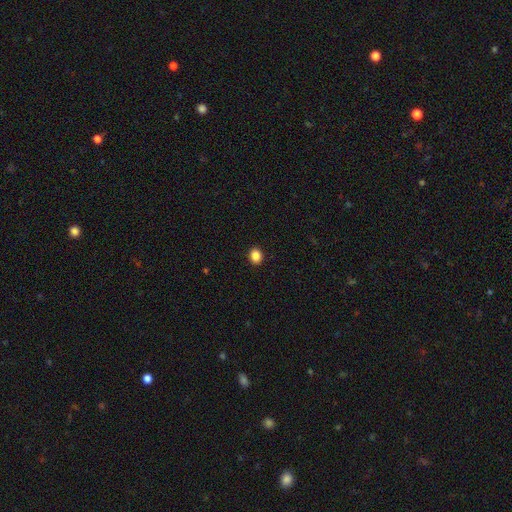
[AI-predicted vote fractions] This is clearly a smooth galaxy (87%). How rounded: possibly round (59%). Merging: clearly none (92%).